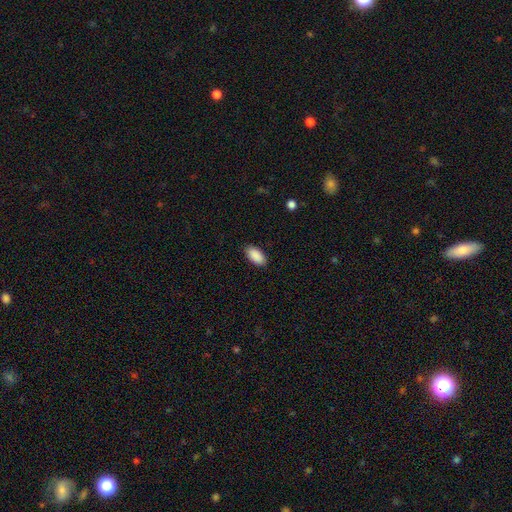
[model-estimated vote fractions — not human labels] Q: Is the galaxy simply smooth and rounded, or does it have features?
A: smooth — 91%.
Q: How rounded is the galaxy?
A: in between — 94%.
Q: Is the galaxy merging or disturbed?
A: none — 89%.